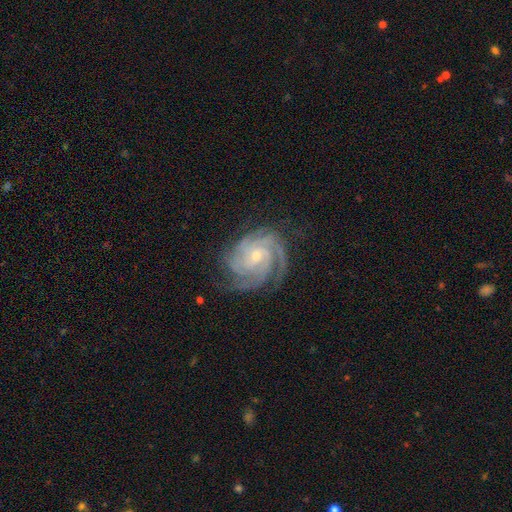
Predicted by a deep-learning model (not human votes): Smooth or featured? Predicted: featured or disk (p=0.90). Edge-on disk? Predicted: no (p=0.98). Bar? Predicted: no (p=0.61). Spiral arms? Predicted: yes (p=0.98). Spiral winding? Predicted: tight (p=0.73). Spiral arm count? Predicted: 4 (p=0.33). Bulge size? Predicted: small (p=0.58). Merging? Predicted: none (p=0.75).